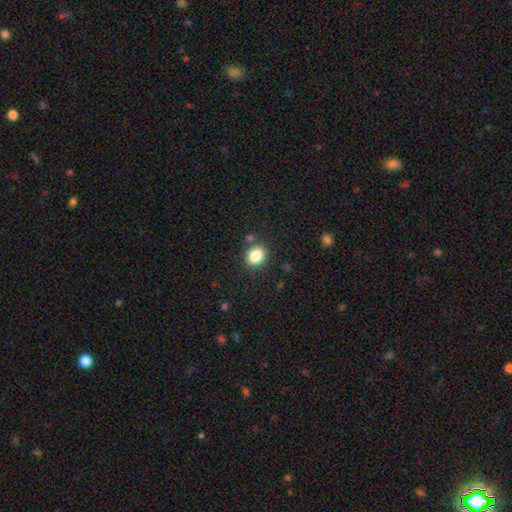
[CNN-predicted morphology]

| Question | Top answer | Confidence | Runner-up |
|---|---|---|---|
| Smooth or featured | smooth | 84% | star or artifact (10%) |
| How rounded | round | 52% | in between (47%) |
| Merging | none | 80% | minor disturbance (11%) |